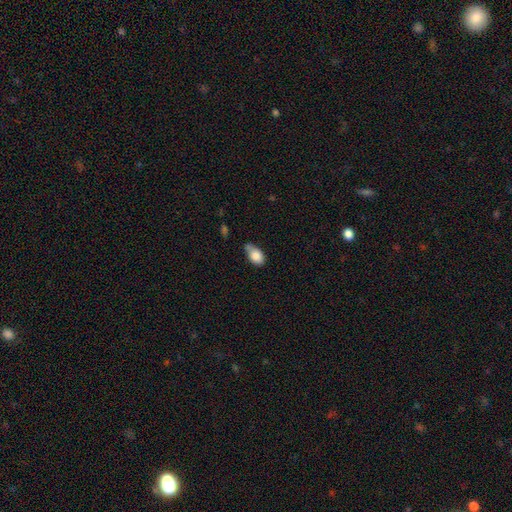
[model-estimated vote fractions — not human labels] Q: Smooth or featured?
A: smooth (83%); runner-up: featured or disk (9%)
Q: How rounded?
A: in between (89%); runner-up: round (9%)
Q: Merging?
A: none (44%); runner-up: minor disturbance (37%)